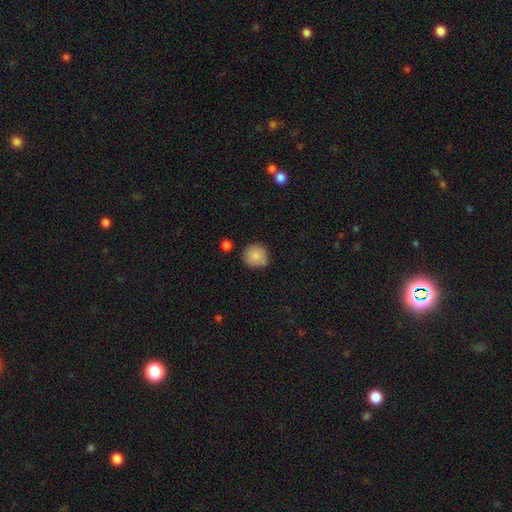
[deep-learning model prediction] smooth-or-featured: smooth: 87% | star or artifact: 8% | featured or disk: 5%
  how-rounded: round: 92% | in between: 7% | cigar-shaped: 1%
  merging: none: 81% | minor disturbance: 12% | merger: 4% | major disturbance: 3%